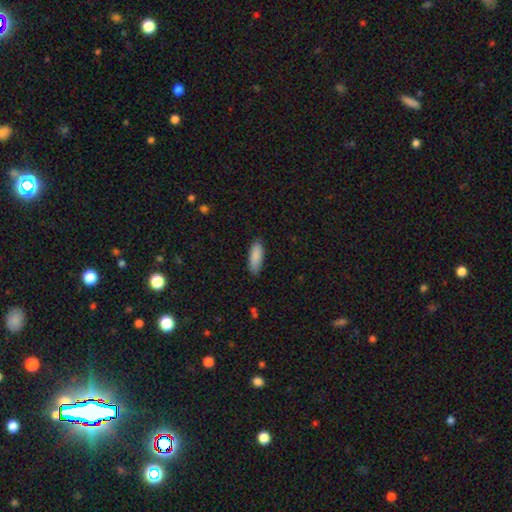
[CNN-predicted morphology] smooth_or_featured: smooth (p=0.88) [alt: star or artifact p=0.06]
how_rounded: in between (p=0.66) [alt: cigar-shaped p=0.32]
merging: none (p=0.82) [alt: minor disturbance p=0.14]